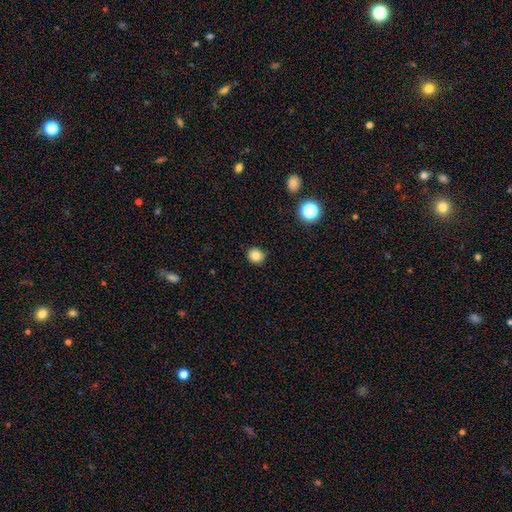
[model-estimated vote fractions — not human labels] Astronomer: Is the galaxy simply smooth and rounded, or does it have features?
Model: smooth — 82%.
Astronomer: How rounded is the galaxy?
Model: round — 84%.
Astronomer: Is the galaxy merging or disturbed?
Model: none — 89%.